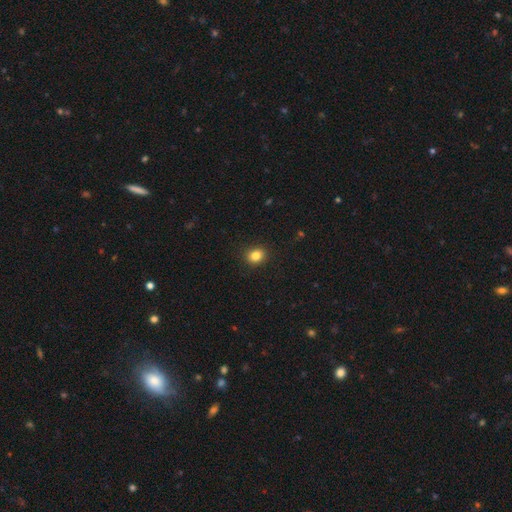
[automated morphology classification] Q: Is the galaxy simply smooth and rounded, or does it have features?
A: smooth — 83%.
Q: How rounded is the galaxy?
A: round — 64%.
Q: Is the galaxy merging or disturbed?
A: none — 90%.